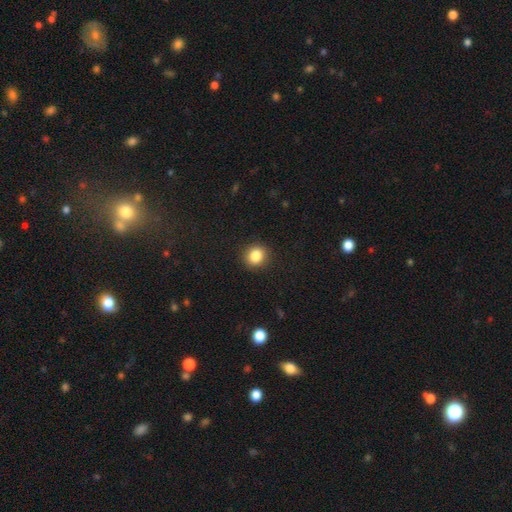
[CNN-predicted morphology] Smooth or featured? Predicted: smooth (p=0.85). How rounded? Predicted: round (p=0.81). Merging? Predicted: none (p=0.90).